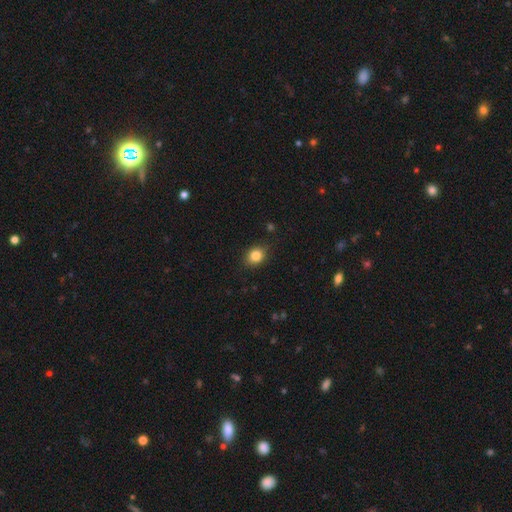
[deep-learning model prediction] The model was most divided on "how rounded": round: 51%, in between: 48%, cigar-shaped: 1%. More confident: merging — none (85%); smooth or featured — smooth (84%).